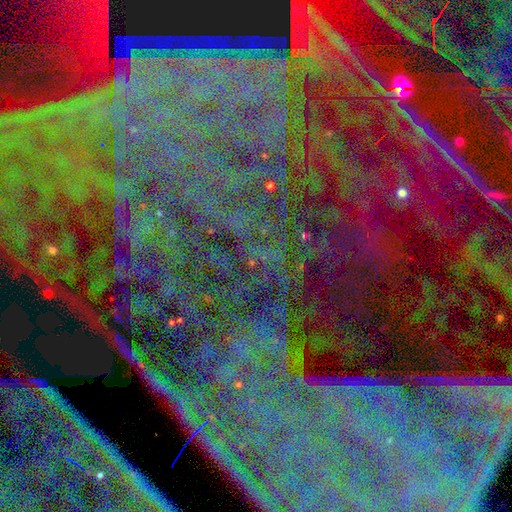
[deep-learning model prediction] Smooth or featured?
  - star or artifact: 85% *
  - featured or disk: 8%
  - smooth: 7%